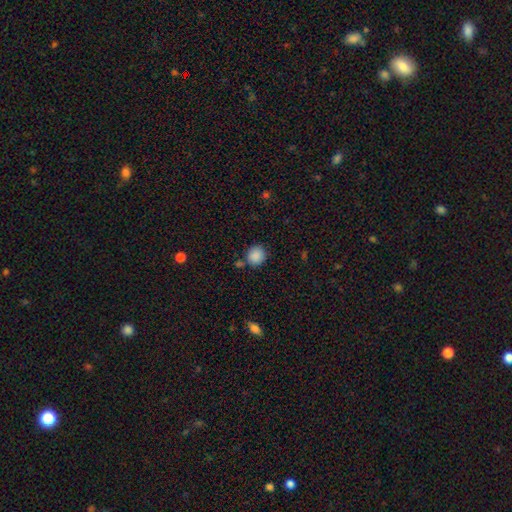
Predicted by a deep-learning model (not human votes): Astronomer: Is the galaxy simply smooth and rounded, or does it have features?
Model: smooth — 88%.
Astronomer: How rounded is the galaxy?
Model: round — 88%.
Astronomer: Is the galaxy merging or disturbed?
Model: none — 77%.